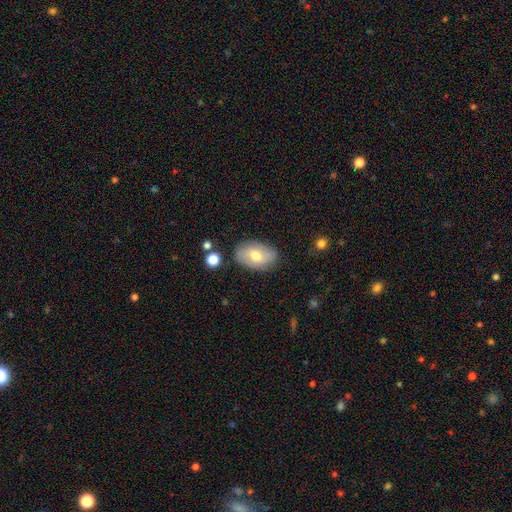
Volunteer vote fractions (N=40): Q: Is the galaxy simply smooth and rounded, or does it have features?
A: smooth — 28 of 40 (70%).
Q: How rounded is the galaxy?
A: in between — 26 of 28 (93%).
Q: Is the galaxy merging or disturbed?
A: none — 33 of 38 (87%).